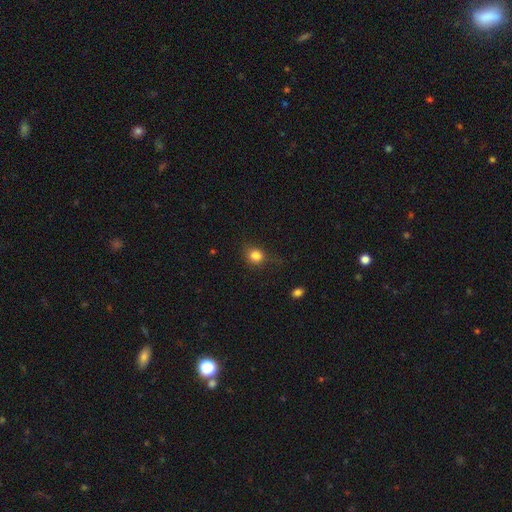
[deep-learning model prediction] A smooth galaxy with no disk features (83%) that is round (66%).

Vote fractions:
- Smooth or featured? smooth: 83% / star or artifact: 11% / featured or disk: 6%
- How rounded? round: 66% / in between: 33% / cigar-shaped: 1%
- Merging? none: 66% / minor disturbance: 23% / major disturbance: 9% / merger: 2%